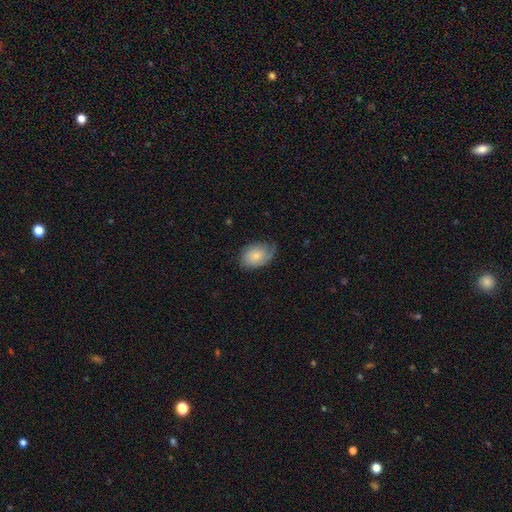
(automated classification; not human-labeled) This is likely a smooth galaxy (65%). How rounded: clearly in between (81%). Merging: possibly none (58%).